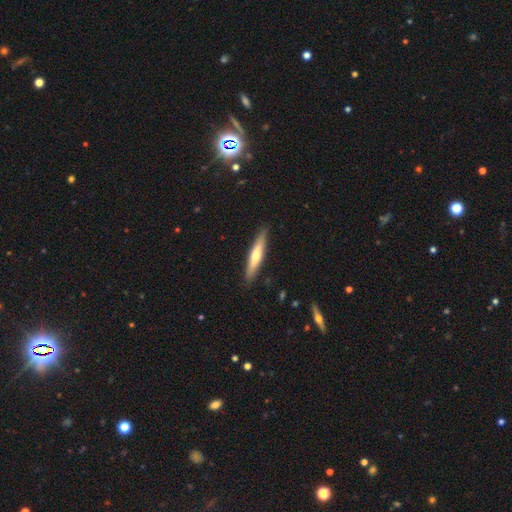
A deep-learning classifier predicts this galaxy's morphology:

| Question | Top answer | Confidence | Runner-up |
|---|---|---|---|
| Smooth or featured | featured or disk | 48% | smooth (47%) |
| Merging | none | 89% | minor disturbance (8%) |